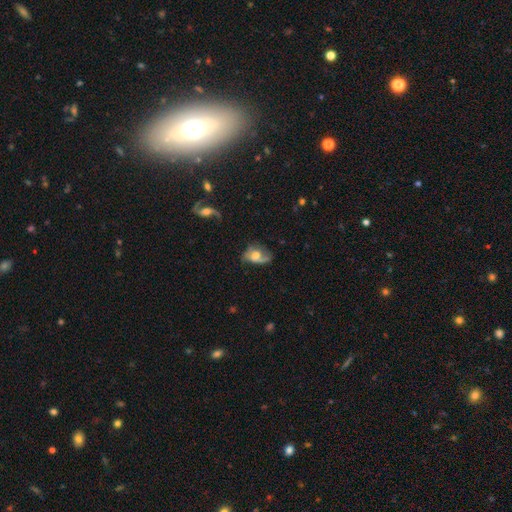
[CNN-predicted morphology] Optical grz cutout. It shows a featured or disk galaxy (58%) with no bar (69%), spiral arms (75%) and a moderate central bulge (60%). Merging: none (41%).